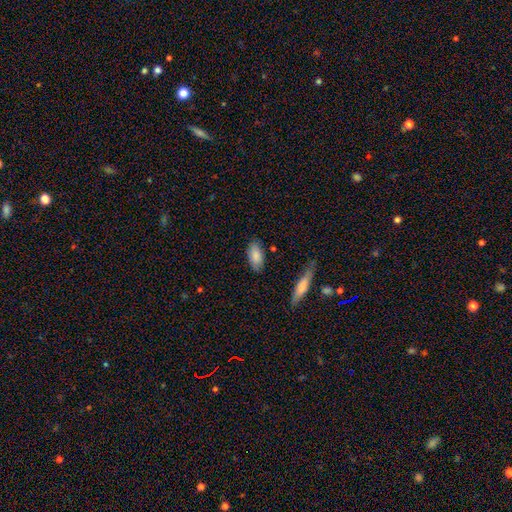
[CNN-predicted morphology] smooth 85%, featured or disk 9%, star or artifact 6%. Down the decision tree: how rounded — in between (89%); merging — none (80%).